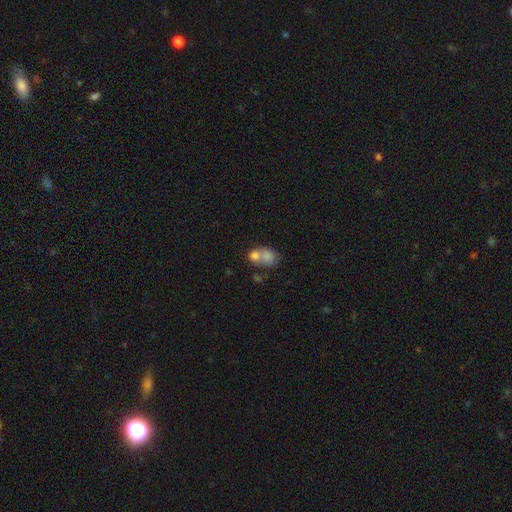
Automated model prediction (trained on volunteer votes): The model was most divided on "how rounded": in between: 53%, round: 46%, cigar-shaped: 1%. More confident: smooth or featured — smooth (75%); merging — merger (66%).